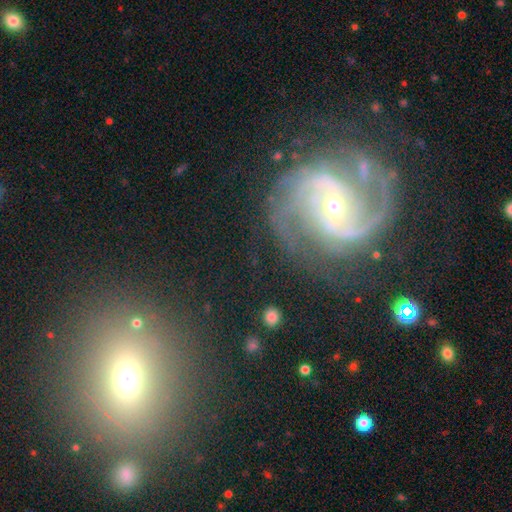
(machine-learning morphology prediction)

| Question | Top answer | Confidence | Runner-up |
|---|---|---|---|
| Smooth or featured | featured or disk | 88% | star or artifact (8%) |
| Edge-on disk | no | 98% | yes (2%) |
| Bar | no | 40% | weak (38%) |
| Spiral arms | yes | 98% | no (2%) |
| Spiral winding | medium | 51% | tight (35%) |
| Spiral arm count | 2 | 64% | 3 (16%) |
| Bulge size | small | 59% | moderate (36%) |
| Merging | none | 71% | minor disturbance (16%) |